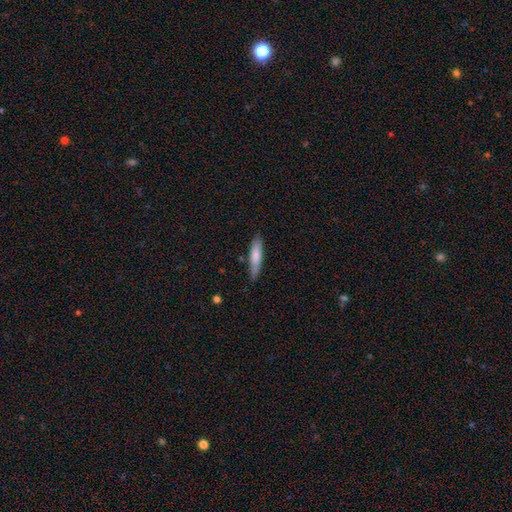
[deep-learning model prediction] smooth 76%, featured or disk 18%, star or artifact 6%. Down the decision tree: how rounded — cigar-shaped (78%); merging — none (79%).